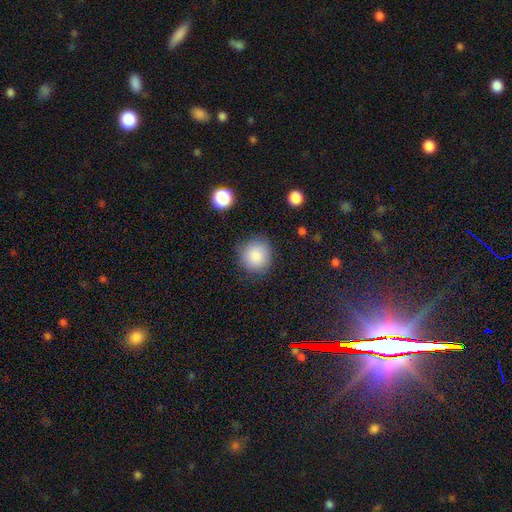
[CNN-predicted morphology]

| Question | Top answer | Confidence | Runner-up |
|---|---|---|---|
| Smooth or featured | smooth | 86% | star or artifact (9%) |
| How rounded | round | 90% | in between (9%) |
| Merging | none | 83% | minor disturbance (12%) |